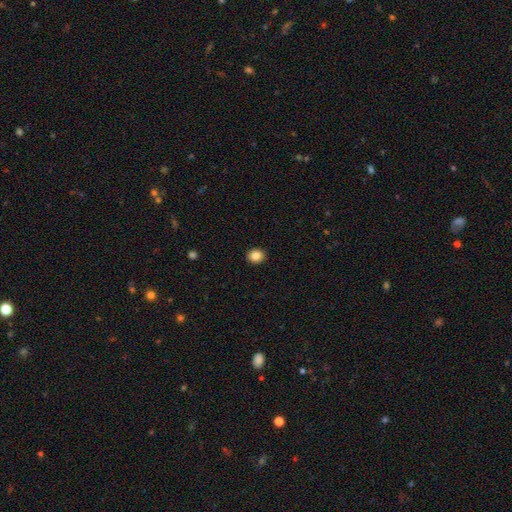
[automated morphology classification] Q: Smooth or featured?
A: smooth (85%); runner-up: star or artifact (10%)
Q: How rounded?
A: round (79%); runner-up: in between (20%)
Q: Merging?
A: none (93%); runner-up: minor disturbance (5%)